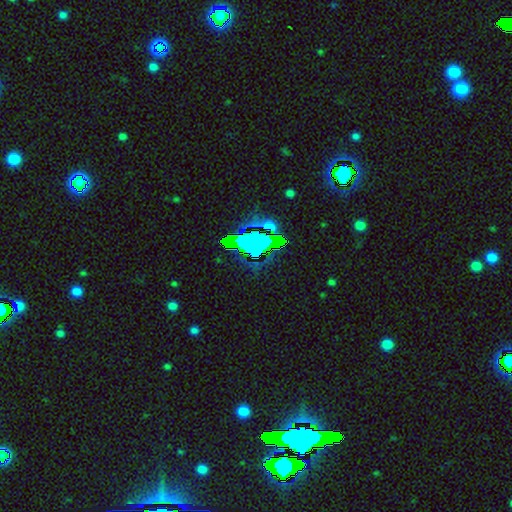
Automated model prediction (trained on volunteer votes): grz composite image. It shows a star or artifact, not a galaxy (82%).